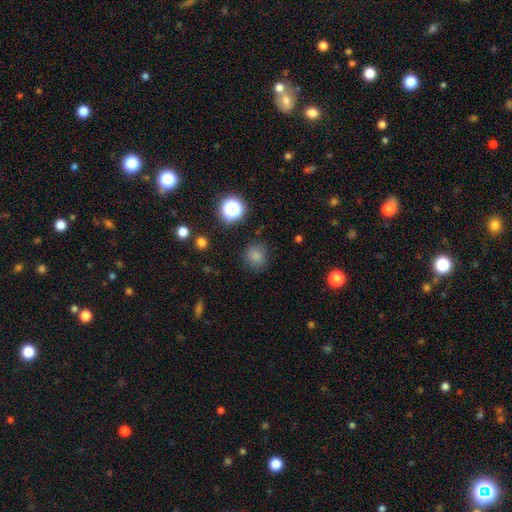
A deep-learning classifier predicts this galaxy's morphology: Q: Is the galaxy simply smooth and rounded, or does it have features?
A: smooth — 79%.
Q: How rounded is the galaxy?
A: round — 88%.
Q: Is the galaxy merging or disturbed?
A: none — 82%.